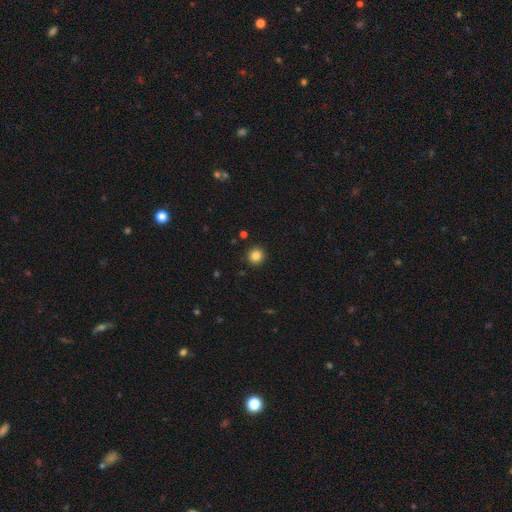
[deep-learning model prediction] Smooth or featured? Predicted: smooth (p=0.85). How rounded? Predicted: round (p=0.94). Merging? Predicted: none (p=0.92).